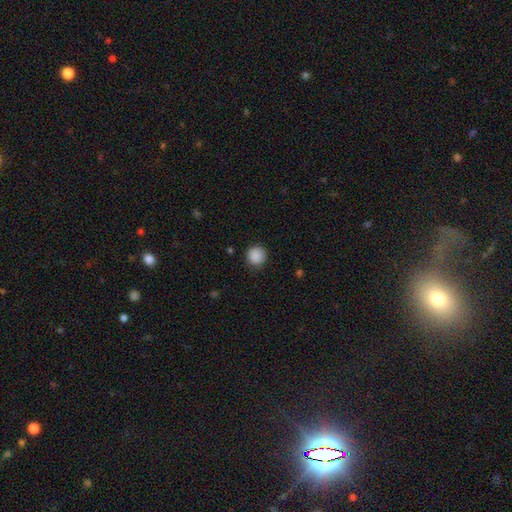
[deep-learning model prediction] This appears to be a smooth galaxy with no disk features (89%) that is round (93%). Merging: none (88%).